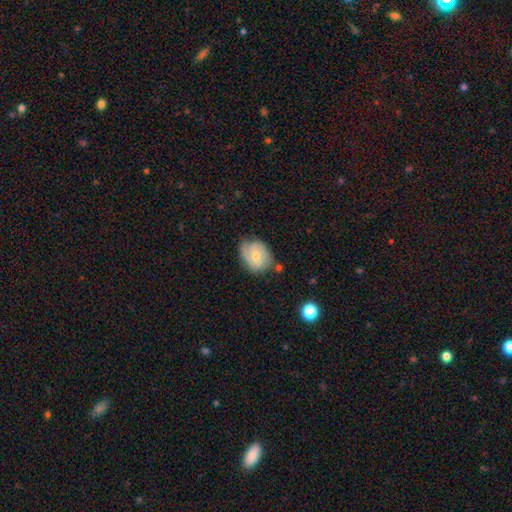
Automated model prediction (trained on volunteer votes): Smooth or featured? featured or disk (47%)
Merging? none (62%)